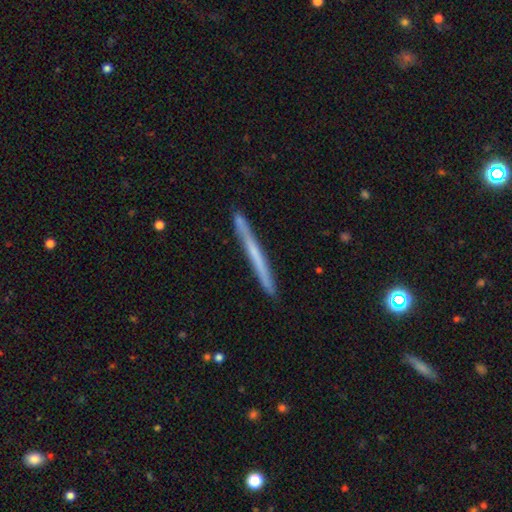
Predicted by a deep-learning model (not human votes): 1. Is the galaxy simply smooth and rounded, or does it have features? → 50% featured or disk, 44% smooth, 6% star or artifact.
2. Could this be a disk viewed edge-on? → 97% yes, 3% no.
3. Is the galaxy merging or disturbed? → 89% none, 8% minor disturbance, 2% merger, 1% major disturbance.